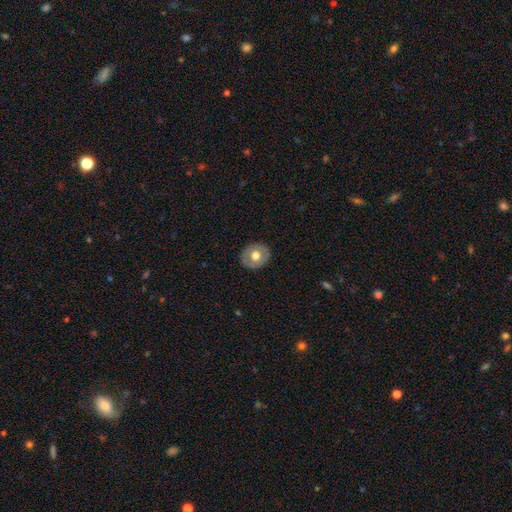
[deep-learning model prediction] Smooth or featured?
  - smooth: 57% *
  - featured or disk: 37%
  - star or artifact: 6%
How rounded?
  - round: 63% *
  - in between: 36%
  - cigar-shaped: 1%
Merging?
  - none: 86% *
  - minor disturbance: 10%
  - major disturbance: 3%
  - merger: 1%